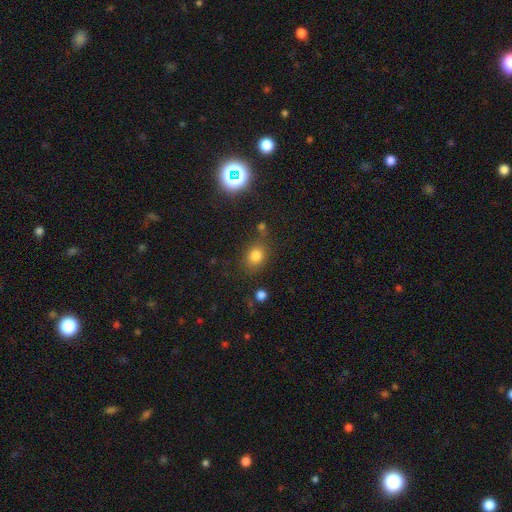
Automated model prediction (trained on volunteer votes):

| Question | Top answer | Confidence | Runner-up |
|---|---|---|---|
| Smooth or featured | smooth | 79% | star or artifact (14%) |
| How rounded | round | 56% | in between (43%) |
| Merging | none | 71% | minor disturbance (16%) |